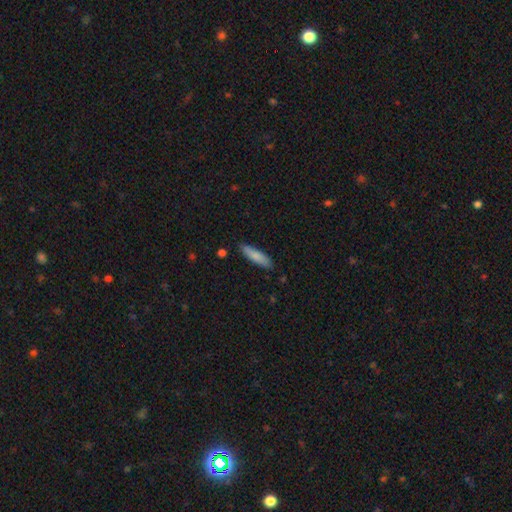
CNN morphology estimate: Smooth or featured: smooth — 81% (featured or disk — 13%)
How rounded: cigar-shaped — 71% (in between — 28%)
Merging: none — 84% (minor disturbance — 12%)